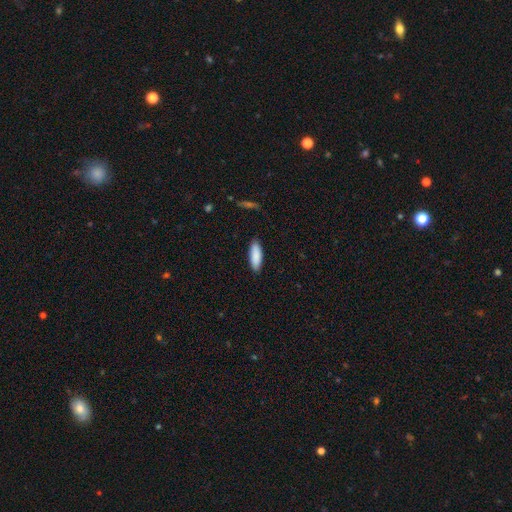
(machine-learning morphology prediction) smooth-or-featured: smooth: 89% | star or artifact: 6% | featured or disk: 5%
  how-rounded: in between: 64% | cigar-shaped: 35% | round: 1%
  merging: none: 88% | minor disturbance: 9% | major disturbance: 2% | merger: 1%